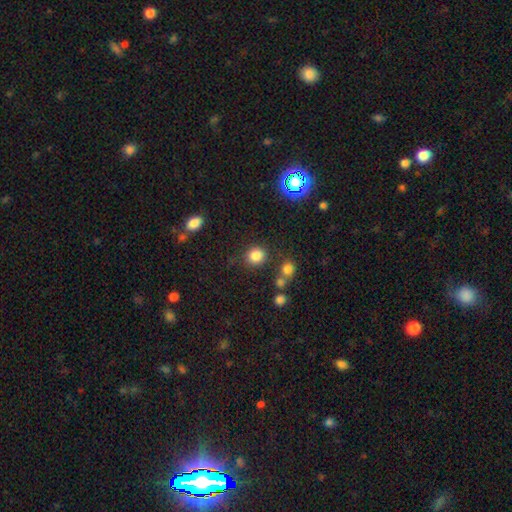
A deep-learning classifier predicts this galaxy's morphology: Overall: smooth (82%). How rounded: round (83%). Merging: none (78%).